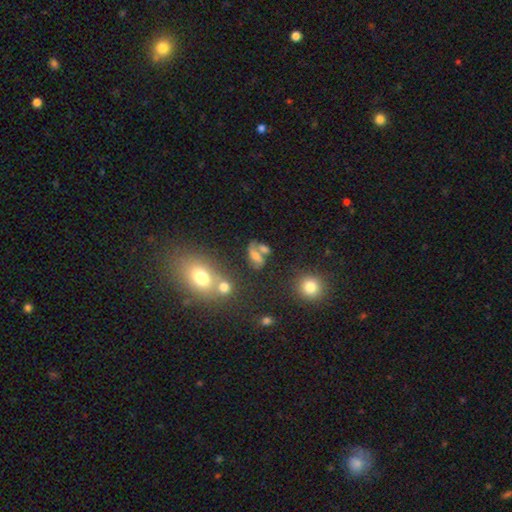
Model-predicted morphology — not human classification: Smooth or featured? smooth (49%)
Merging? none (43%)